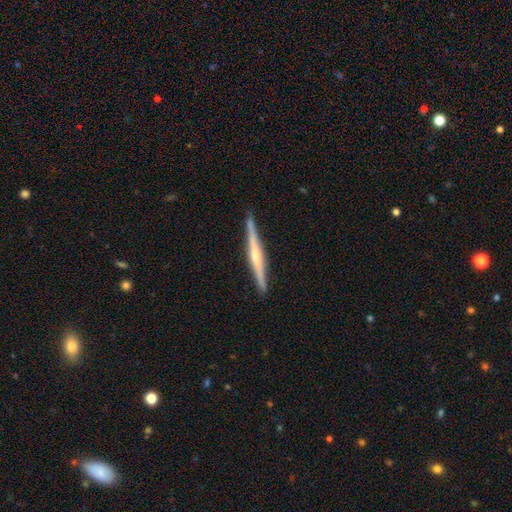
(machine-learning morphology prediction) This is likely a featured or disk galaxy (73%). It is clearly viewed edge-on (98%). Edge-on bulge: likely rounded (66%). Merging: clearly none (90%).